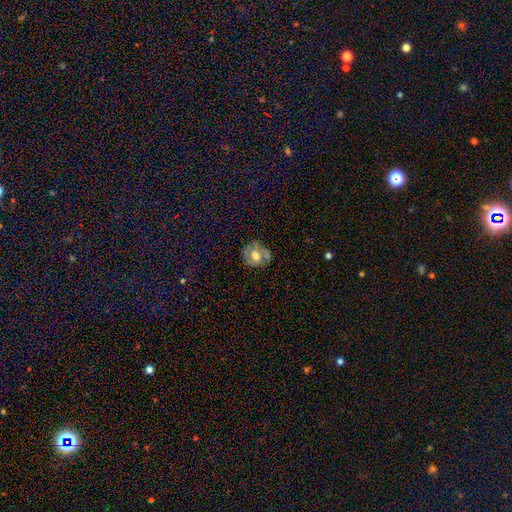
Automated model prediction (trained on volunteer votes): Smooth or featured: featured or disk — 50% (smooth — 42%)
Edge-on disk: no — 96% (yes — 4%)
Merging: none — 58% (minor disturbance — 22%)